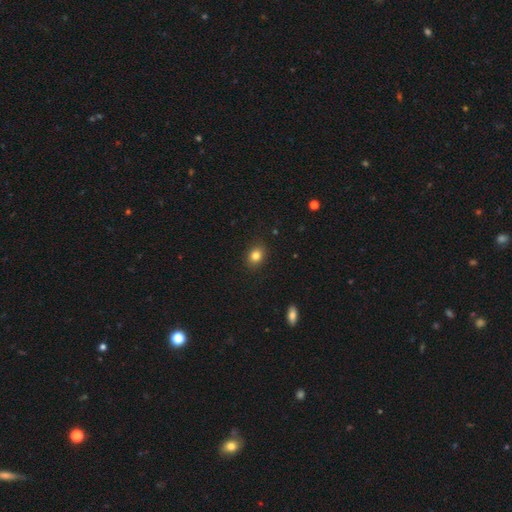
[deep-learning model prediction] smooth-or-featured: smooth: 83% | star or artifact: 11% | featured or disk: 6%
  how-rounded: in between: 52% | round: 47% | cigar-shaped: 1%
  merging: none: 89% | minor disturbance: 8% | major disturbance: 2% | merger: 1%